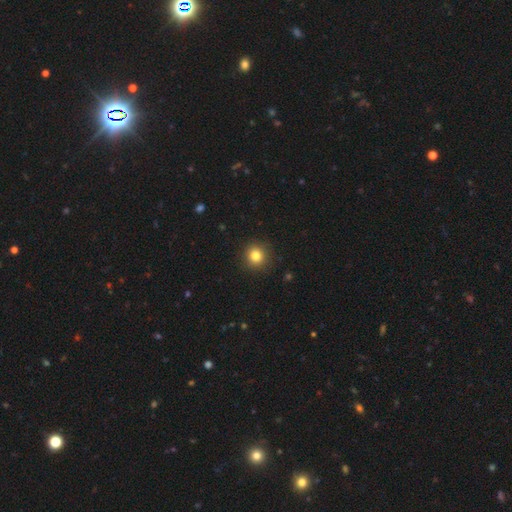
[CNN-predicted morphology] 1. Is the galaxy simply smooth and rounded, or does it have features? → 82% smooth, 12% star or artifact, 6% featured or disk.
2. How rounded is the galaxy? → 93% round, 6% in between, 1% cigar-shaped.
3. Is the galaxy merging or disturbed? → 92% none, 5% minor disturbance, 2% major disturbance, 1% merger.